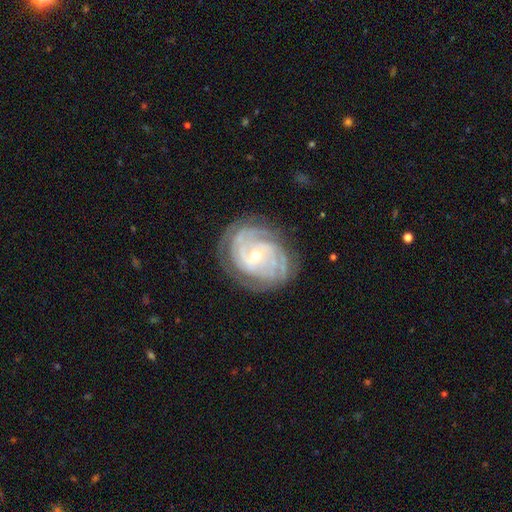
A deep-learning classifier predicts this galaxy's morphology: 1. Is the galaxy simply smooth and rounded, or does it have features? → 89% featured or disk, 6% smooth, 5% star or artifact.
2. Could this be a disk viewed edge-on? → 97% no, 3% yes.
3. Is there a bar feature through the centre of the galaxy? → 63% no, 28% weak, 9% strong.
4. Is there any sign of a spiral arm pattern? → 97% yes, 3% no.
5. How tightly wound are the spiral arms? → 78% tight, 19% medium, 4% loose.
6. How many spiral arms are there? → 29% can't tell, 22% 3, 18% 4, 16% 2, 8% more than 4, 6% 1.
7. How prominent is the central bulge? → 57% small, 40% moderate, 2% large, 1% none, 1% dominant.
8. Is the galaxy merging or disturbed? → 76% none, 16% minor disturbance, 6% major disturbance, 1% merger.